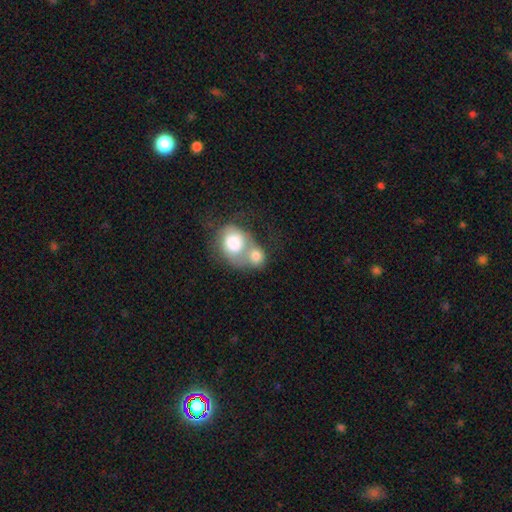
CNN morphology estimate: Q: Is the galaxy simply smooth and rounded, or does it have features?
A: smooth — 71%.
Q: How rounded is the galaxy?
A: round — 60%.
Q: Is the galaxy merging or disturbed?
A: merger — 72%.